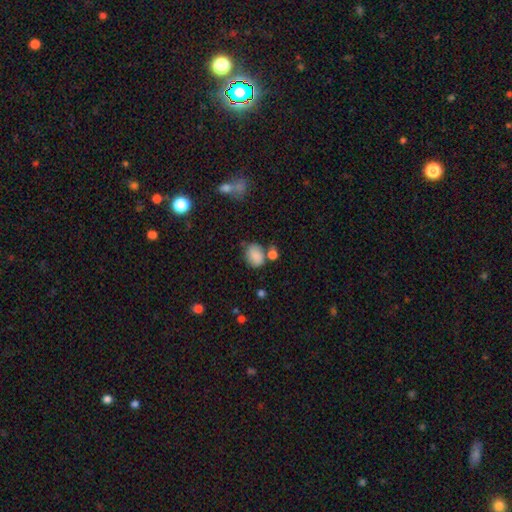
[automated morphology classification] This appears to be a smooth galaxy with no disk features (83%) that is in between round and cigar-shaped (63%). Merging: none (53%).